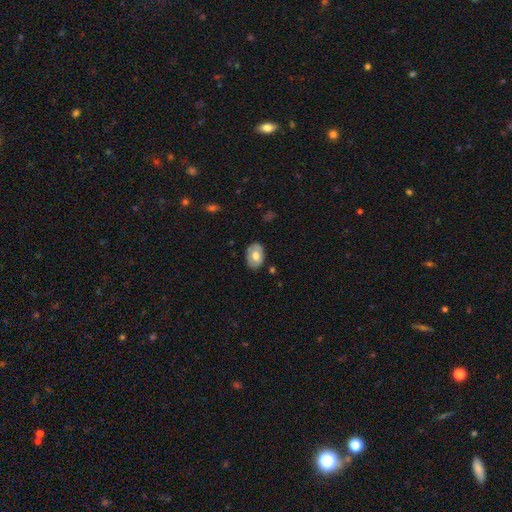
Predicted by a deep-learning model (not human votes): A smooth galaxy with no disk features (64%) that is in between round and cigar-shaped (81%). Merging: none (80%).